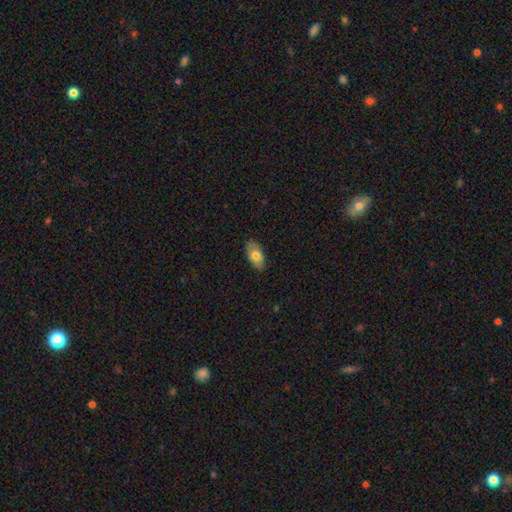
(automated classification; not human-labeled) The model was most divided on "smooth or featured": smooth: 73%, featured or disk: 21%, star or artifact: 6%. More confident: how rounded — in between (93%); merging — none (86%).